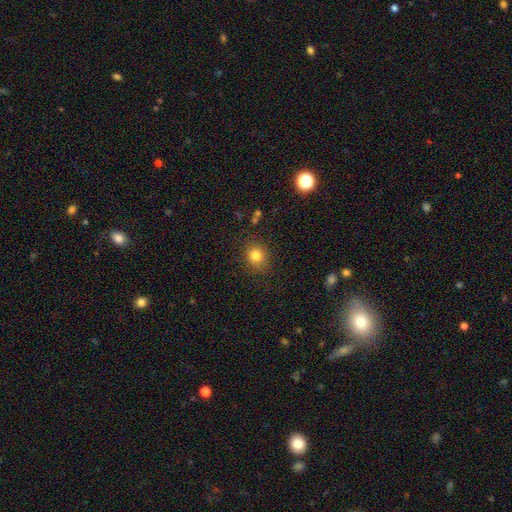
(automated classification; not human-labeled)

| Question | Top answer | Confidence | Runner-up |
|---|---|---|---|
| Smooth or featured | smooth | 82% | star or artifact (12%) |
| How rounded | round | 75% | in between (25%) |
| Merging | none | 85% | minor disturbance (10%) |